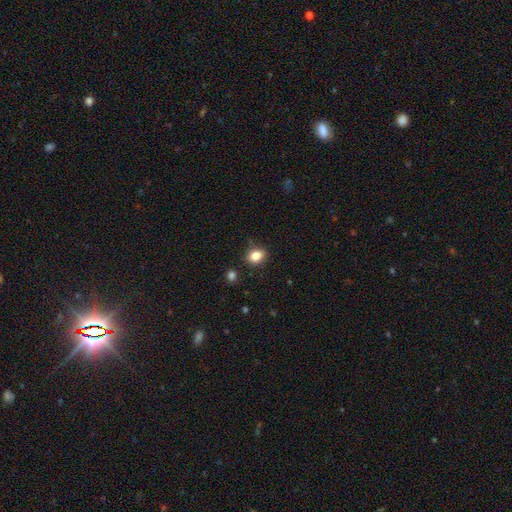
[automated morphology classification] Smooth or featured? Predicted: smooth (p=0.83). How rounded? Predicted: in between (p=0.54). Merging? Predicted: none (p=0.81).